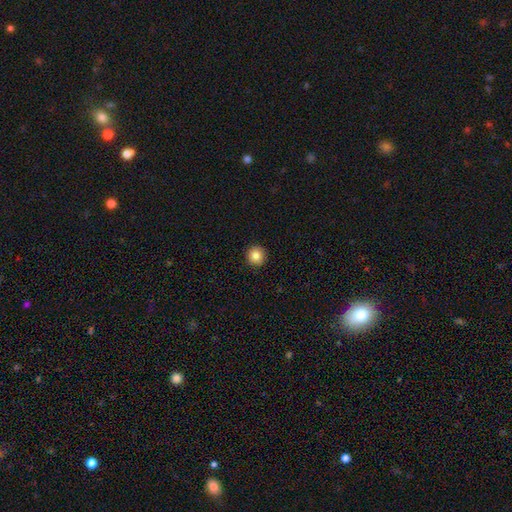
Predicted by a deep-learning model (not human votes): Overall: smooth (85%). How rounded: round (96%). Merging: none (93%).